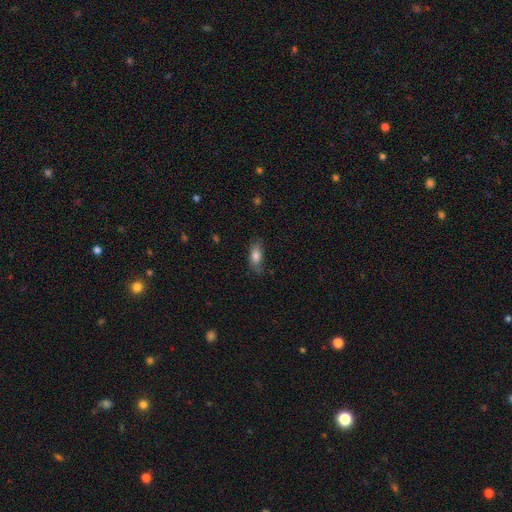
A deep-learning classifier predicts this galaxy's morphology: smooth 78%, featured or disk 15%, star or artifact 8%. Down the decision tree: how rounded — in between (81%); merging — none (68%).